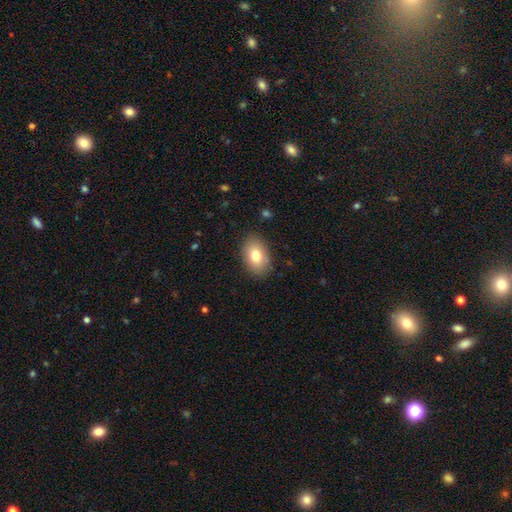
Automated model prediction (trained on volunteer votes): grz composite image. It shows a smooth galaxy with no disk features (80%) that is in between round and cigar-shaped (87%). Merging: none (86%).